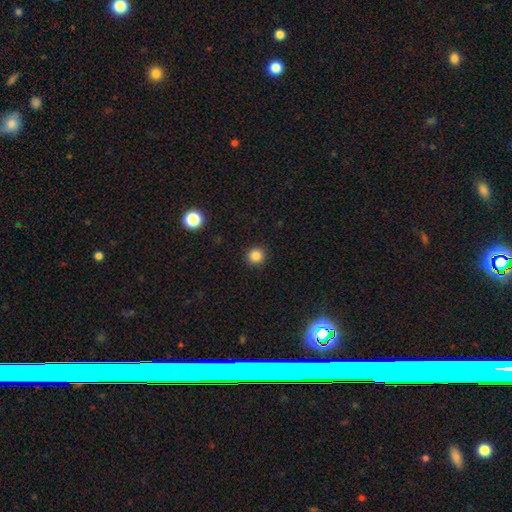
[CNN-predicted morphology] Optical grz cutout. It shows a smooth galaxy with no disk features (84%) that is round (94%). Merging: none (93%).